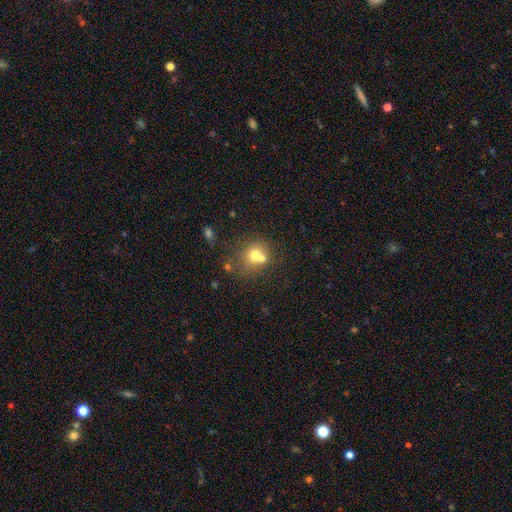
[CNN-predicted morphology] Smooth or featured: smooth — 68% (featured or disk — 19%)
How rounded: round — 79% (in between — 20%)
Merging: none — 46% (merger — 41%)